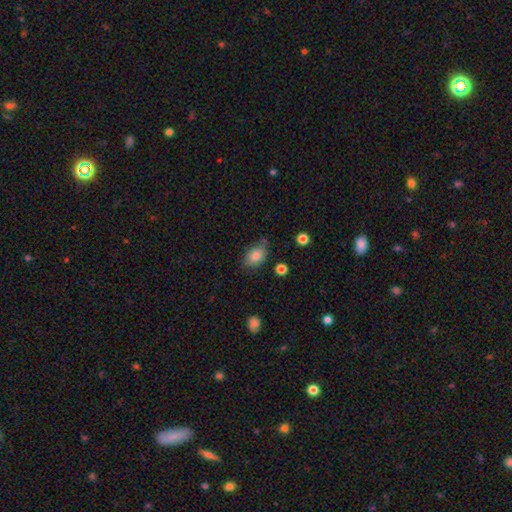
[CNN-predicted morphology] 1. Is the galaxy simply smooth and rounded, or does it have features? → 83% smooth, 9% star or artifact, 8% featured or disk.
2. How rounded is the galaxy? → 85% in between, 13% round, 2% cigar-shaped.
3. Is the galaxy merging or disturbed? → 73% none, 19% minor disturbance, 5% merger, 4% major disturbance.